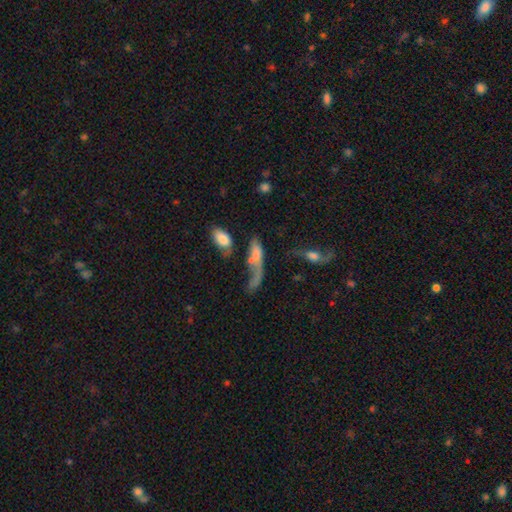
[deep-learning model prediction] smooth_or_featured: smooth (p=0.52) [alt: featured or disk p=0.37]
how_rounded: in between (p=0.64) [alt: cigar-shaped p=0.28]
merging: major disturbance (p=0.37) [alt: merger p=0.30]